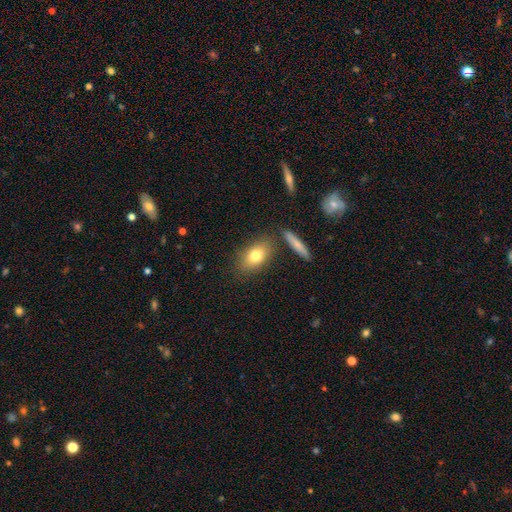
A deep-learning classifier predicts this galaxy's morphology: A smooth galaxy with no disk features (77%) that is in between round and cigar-shaped (82%).

Vote fractions:
- Smooth or featured? smooth: 77% / featured or disk: 16% / star or artifact: 8%
- How rounded? in between: 82% / round: 12% / cigar-shaped: 6%
- Merging? none: 76% / minor disturbance: 12% / merger: 9% / major disturbance: 4%